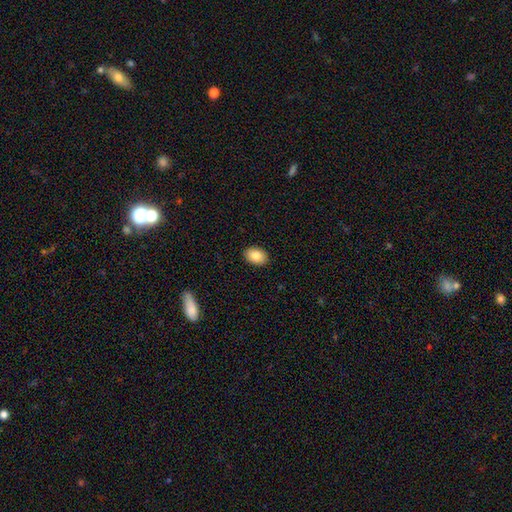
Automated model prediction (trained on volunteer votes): Smooth or featured? Predicted: smooth (p=0.87). How rounded? Predicted: in between (p=0.81). Merging? Predicted: none (p=0.90).